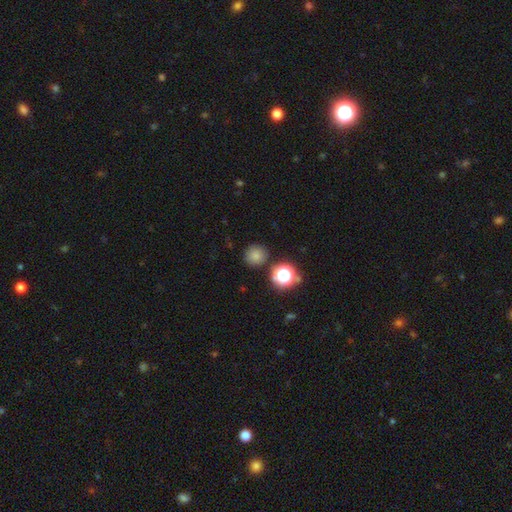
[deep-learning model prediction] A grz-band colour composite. It shows a smooth galaxy with no disk features (78%) that is round (92%). Merging: none (84%).